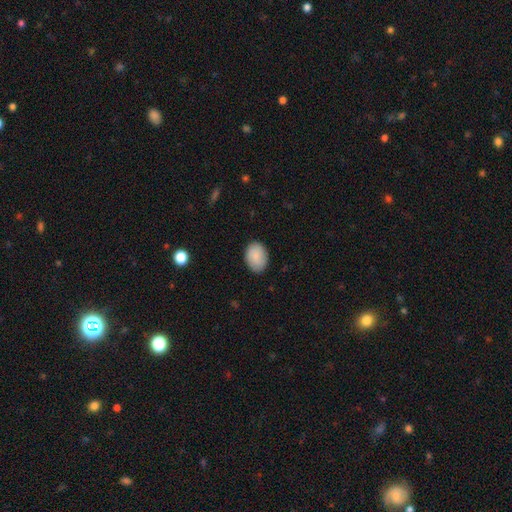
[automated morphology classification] The model was most divided on "how rounded": in between: 77%, round: 22%, cigar-shaped: 1%. More confident: smooth or featured — smooth (88%); merging — none (85%).